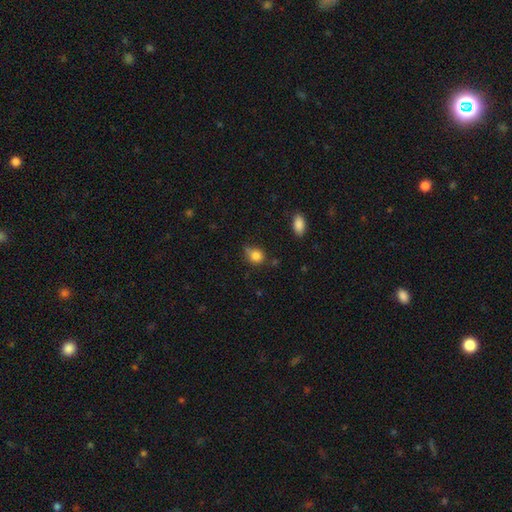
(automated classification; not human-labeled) Smooth or featured? Predicted: smooth (p=0.83). How rounded? Predicted: round (p=0.63). Merging? Predicted: none (p=0.53).